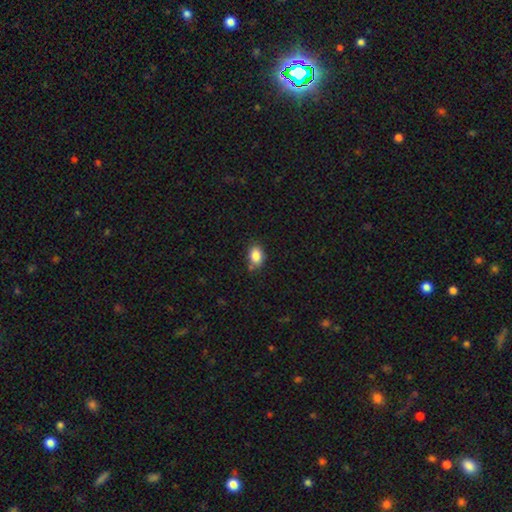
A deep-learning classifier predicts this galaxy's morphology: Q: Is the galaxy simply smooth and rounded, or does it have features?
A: smooth — 86%.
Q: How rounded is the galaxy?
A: in between — 73%.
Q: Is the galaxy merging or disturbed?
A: none — 71%.